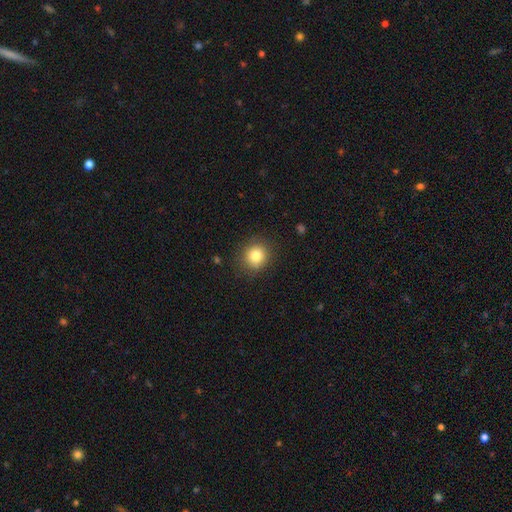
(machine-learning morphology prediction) Overall: smooth (82%). How rounded: round (83%). Merging: none (87%).